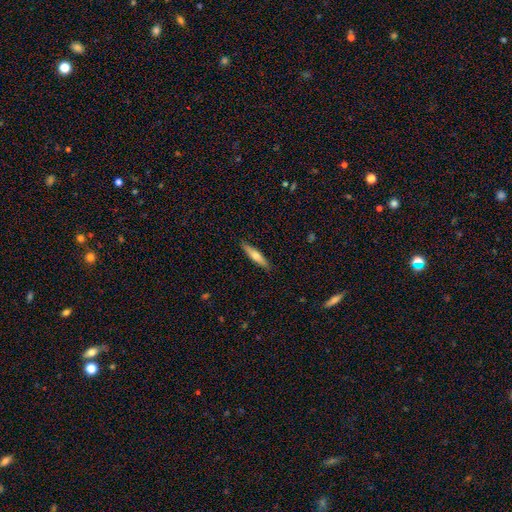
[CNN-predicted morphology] Overall: smooth (54%; featured or disk 40%). How rounded: cigar-shaped (81%). Merging: none (89%).